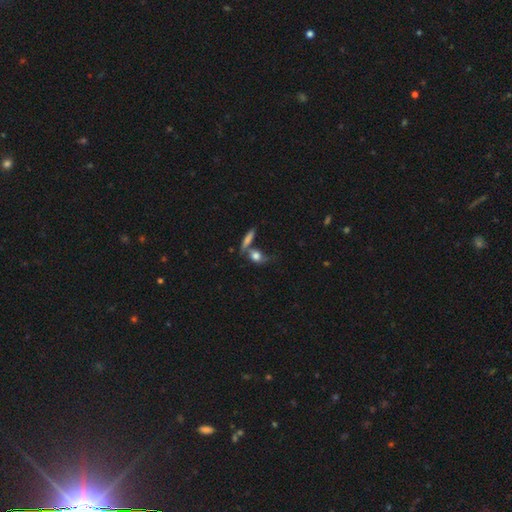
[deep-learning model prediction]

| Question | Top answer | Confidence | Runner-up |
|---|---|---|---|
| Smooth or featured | smooth | 69% | featured or disk (21%) |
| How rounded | in between | 52% | round (35%) |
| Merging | none | 43% | merger (31%) |